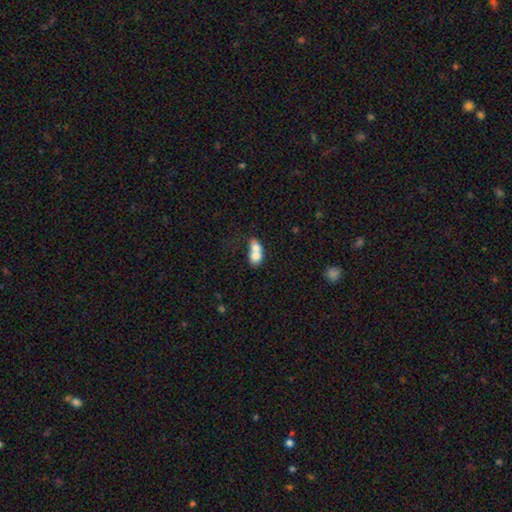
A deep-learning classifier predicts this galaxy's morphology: Q: Smooth or featured?
A: smooth (68%); runner-up: featured or disk (24%)
Q: How rounded?
A: in between (61%); runner-up: round (36%)
Q: Merging?
A: merger (75%); runner-up: none (15%)